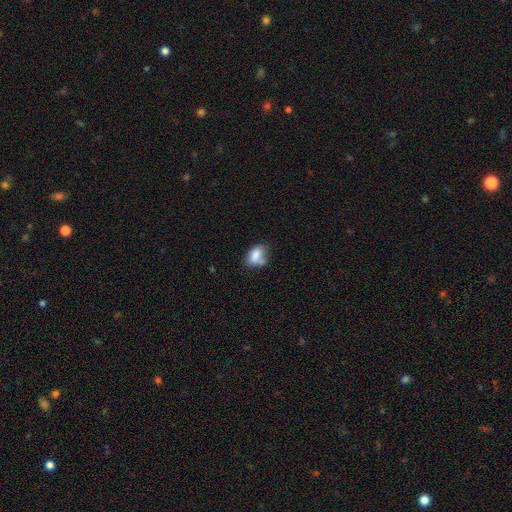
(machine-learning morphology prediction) Smooth or featured: smooth — 78% (featured or disk — 12%)
How rounded: in between — 79% (round — 19%)
Merging: none — 40% (minor disturbance — 29%)